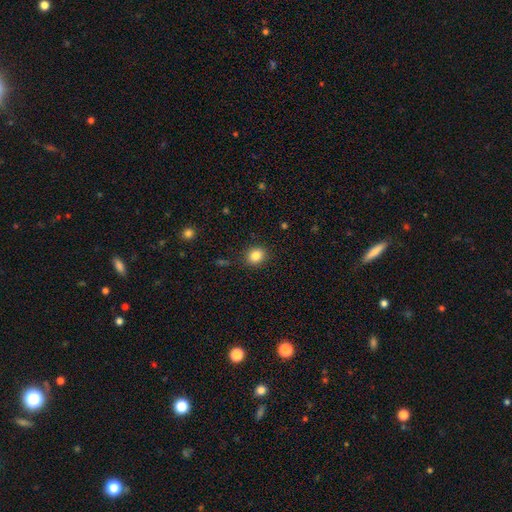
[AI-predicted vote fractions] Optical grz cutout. It shows a smooth galaxy with no disk features (84%) that is round (65%). Merging: none (88%).